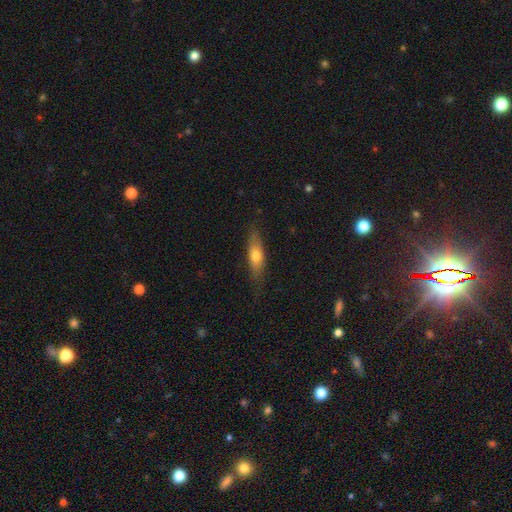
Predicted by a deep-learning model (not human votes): Smooth or featured? smooth (66%)
How rounded? cigar-shaped (52%)
Merging? none (76%)